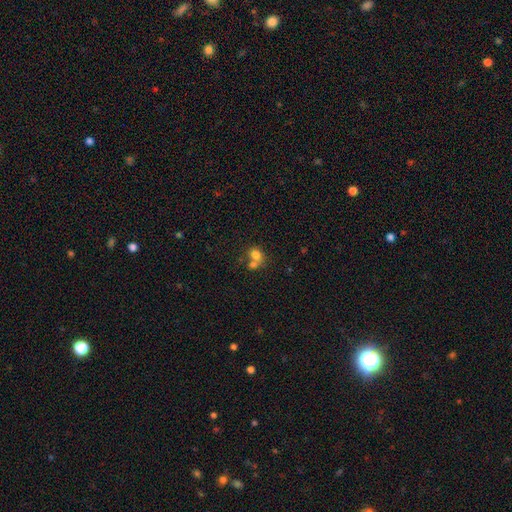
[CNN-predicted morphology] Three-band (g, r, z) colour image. It shows a smooth galaxy with no disk features (75%) that is round (62%). Merging: merger (53%).